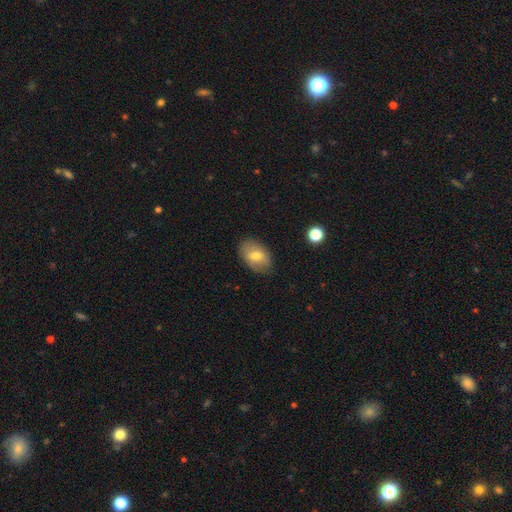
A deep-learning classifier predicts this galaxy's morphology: Smooth or featured? smooth (68%)
How rounded? in between (88%)
Merging? none (80%)